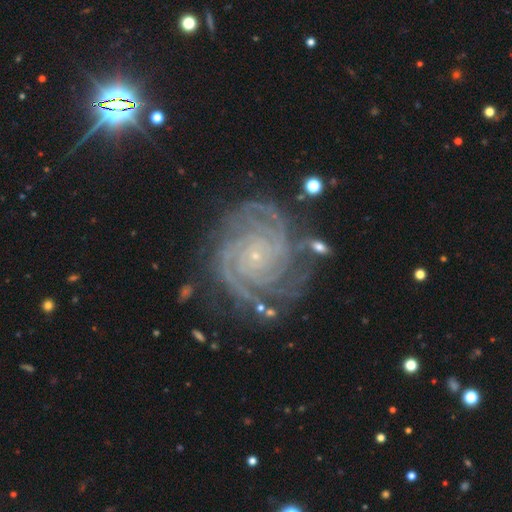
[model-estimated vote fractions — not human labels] featured or disk 91%, star or artifact 6%, smooth 3%. Down the decision tree: edge-on disk — no (98%); bar — no (78%); spiral arms — yes (99%); spiral arm count — 4 (25%); spiral winding — tight (82%); bulge size — small (90%); merging — none (74%).